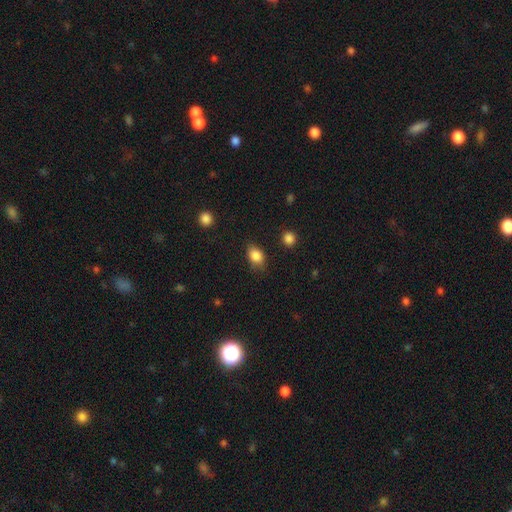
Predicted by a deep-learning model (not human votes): Smooth or featured: smooth — 86% (star or artifact — 9%)
How rounded: in between — 75% (round — 23%)
Merging: none — 76% (minor disturbance — 18%)